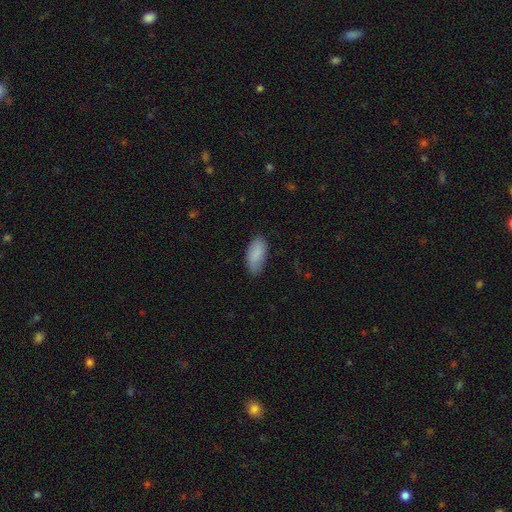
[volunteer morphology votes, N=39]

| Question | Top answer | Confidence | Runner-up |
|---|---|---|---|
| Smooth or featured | smooth | 85% | featured or disk (10%) |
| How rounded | in between | 79% | cigar-shaped (18%) |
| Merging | none | 73% | minor disturbance (19%) |